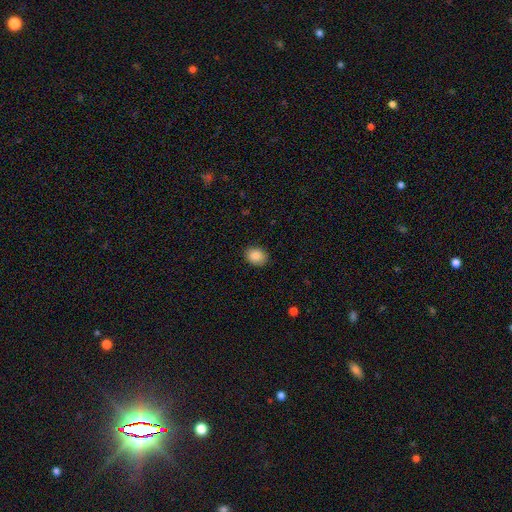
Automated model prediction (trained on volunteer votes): Overall: smooth (88%). How rounded: in between (55%; round 45%). Merging: none (87%).